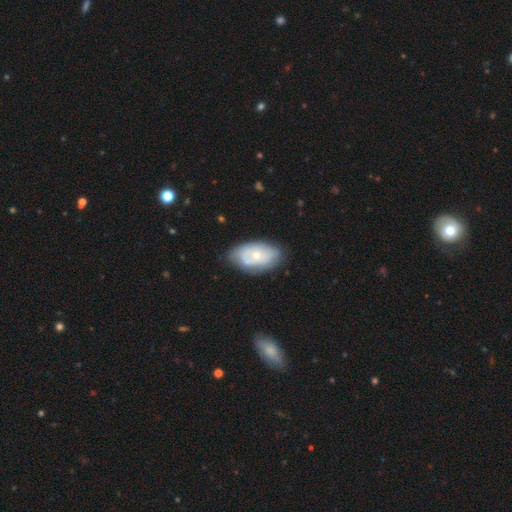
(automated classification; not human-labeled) Smooth or featured?
  - featured or disk: 51% *
  - smooth: 43%
  - star or artifact: 6%
Edge-on disk?
  - no: 93% *
  - yes: 7%
Merging?
  - none: 66% *
  - minor disturbance: 24%
  - major disturbance: 6%
  - merger: 4%